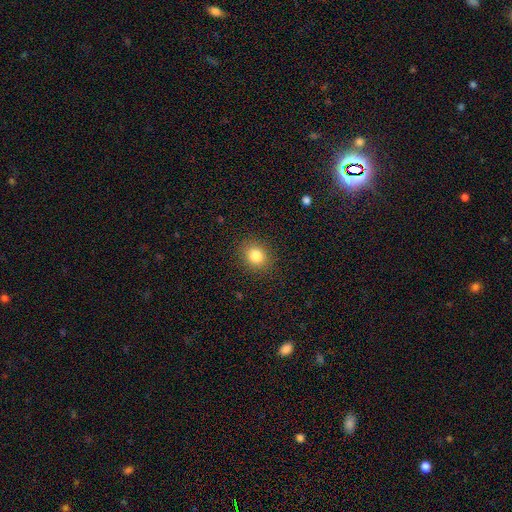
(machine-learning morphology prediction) smooth_or_featured: smooth (p=0.83) [alt: star or artifact p=0.11]
how_rounded: round (p=0.63) [alt: in between p=0.36]
merging: none (p=0.89) [alt: minor disturbance p=0.08]